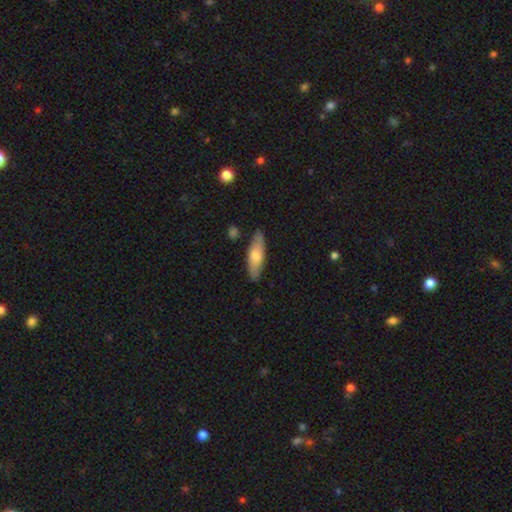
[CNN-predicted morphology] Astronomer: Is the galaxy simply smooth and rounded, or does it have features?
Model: smooth — 66%.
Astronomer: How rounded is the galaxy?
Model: in between — 51% (runner-up: cigar-shaped, 47%).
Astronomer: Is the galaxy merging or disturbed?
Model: none — 82%.